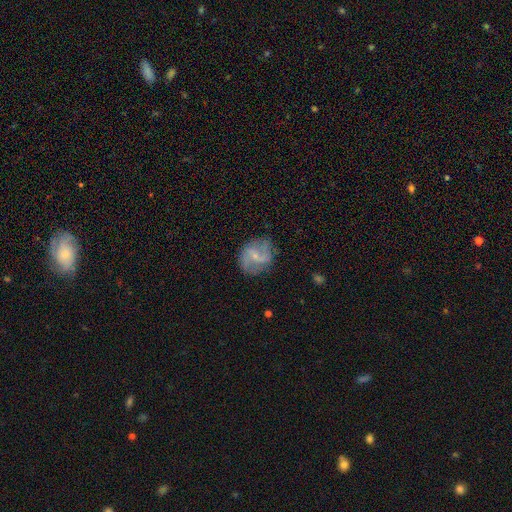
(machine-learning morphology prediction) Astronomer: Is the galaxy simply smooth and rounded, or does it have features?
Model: featured or disk — 71%.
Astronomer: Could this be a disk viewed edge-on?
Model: no — 97%.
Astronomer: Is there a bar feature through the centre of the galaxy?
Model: weak — 52%.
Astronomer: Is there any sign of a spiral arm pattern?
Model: yes — 88%.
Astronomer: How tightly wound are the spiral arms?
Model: loose — 48% (runner-up: medium, 39%).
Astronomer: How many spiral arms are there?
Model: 2 — 85%.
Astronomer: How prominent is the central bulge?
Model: small — 68%.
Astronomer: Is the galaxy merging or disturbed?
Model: none — 72%.